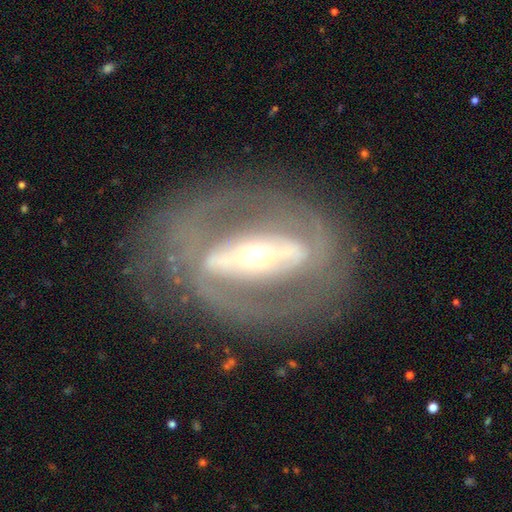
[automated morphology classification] Q: Smooth or featured?
A: featured or disk (83%); runner-up: smooth (10%)
Q: Edge-on disk?
A: no (89%); runner-up: yes (11%)
Q: Bar?
A: strong (72%); runner-up: weak (16%)
Q: Spiral arms?
A: yes (70%); runner-up: no (30%)
Q: Spiral winding?
A: tight (51%); runner-up: medium (34%)
Q: Spiral arm count?
A: 2 (64%); runner-up: can't tell (22%)
Q: Bulge size?
A: small (46%); runner-up: moderate (43%)
Q: Merging?
A: none (69%); runner-up: minor disturbance (15%)